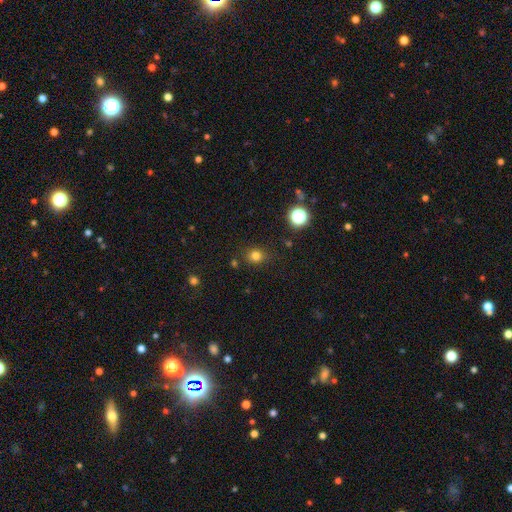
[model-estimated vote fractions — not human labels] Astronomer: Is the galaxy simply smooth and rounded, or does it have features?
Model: smooth — 78%.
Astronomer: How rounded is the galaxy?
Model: round — 77%.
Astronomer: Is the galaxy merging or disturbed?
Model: none — 82%.